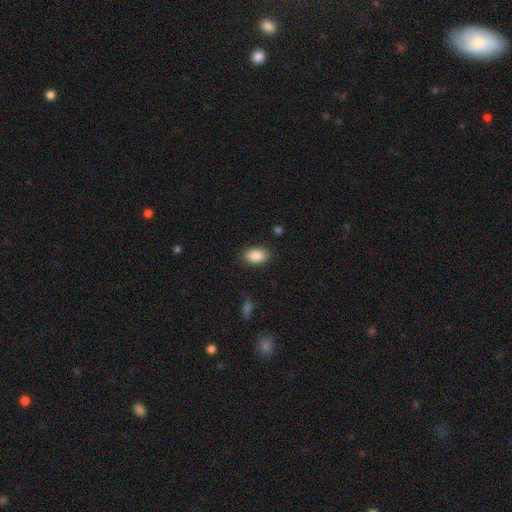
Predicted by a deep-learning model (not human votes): Smooth or featured? smooth (88%)
How rounded? in between (89%)
Merging? none (85%)